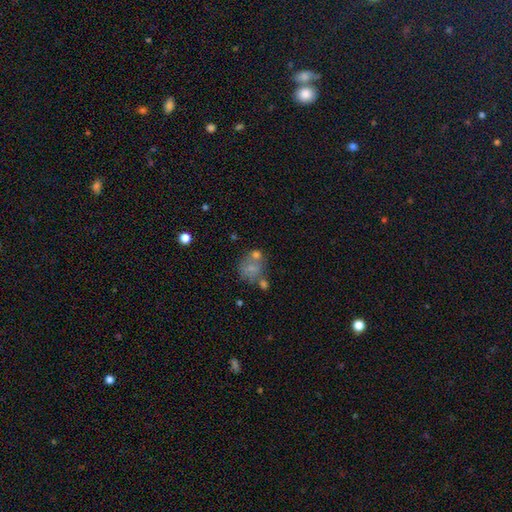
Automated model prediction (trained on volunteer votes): Smooth or featured? Predicted: smooth (p=0.64). How rounded? Predicted: round (p=0.60). Merging? Predicted: none (p=0.40).